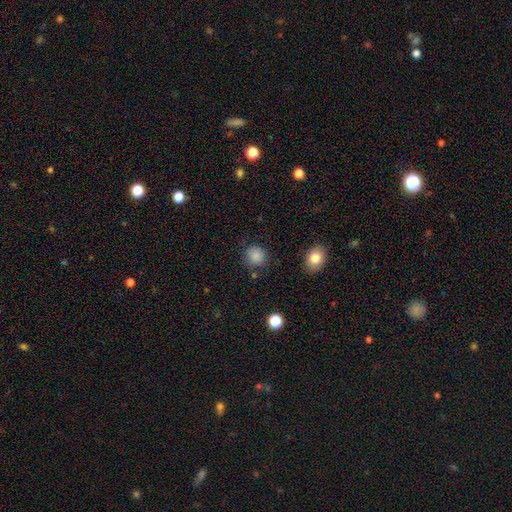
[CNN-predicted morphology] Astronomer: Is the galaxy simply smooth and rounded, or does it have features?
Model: smooth — 86%.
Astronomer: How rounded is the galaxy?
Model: round — 85%.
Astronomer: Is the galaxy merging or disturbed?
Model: none — 82%.